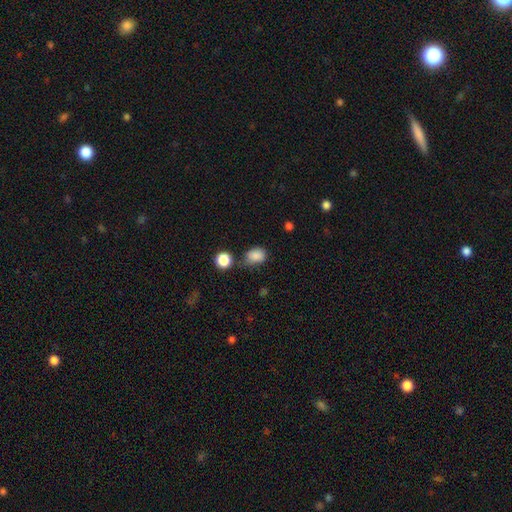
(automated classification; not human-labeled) smooth-or-featured: smooth: 84% | star or artifact: 10% | featured or disk: 6%
  how-rounded: in between: 62% | round: 37% | cigar-shaped: 1%
  merging: none: 53% | minor disturbance: 29% | merger: 9% | major disturbance: 9%